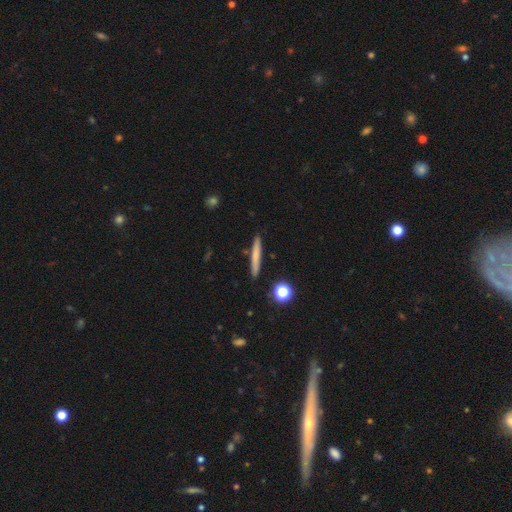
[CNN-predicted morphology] Smooth or featured?
  - smooth: 69% *
  - featured or disk: 24%
  - star or artifact: 8%
How rounded?
  - cigar-shaped: 95% *
  - in between: 3%
  - round: 2%
Merging?
  - none: 90% *
  - minor disturbance: 7%
  - merger: 2%
  - major disturbance: 2%